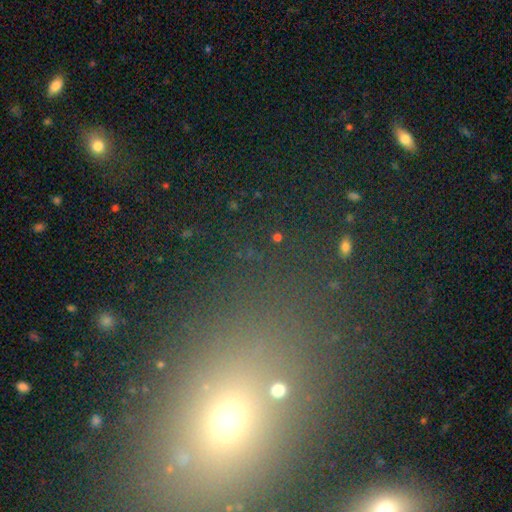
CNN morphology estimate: Smooth or featured: smooth — 44% (star or artifact — 43%)
Merging: none — 78% (minor disturbance — 10%)